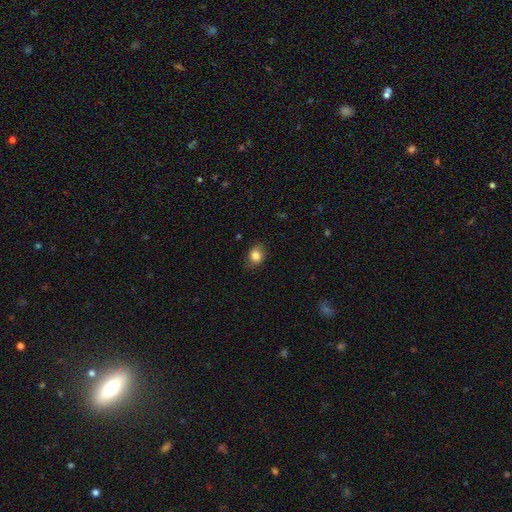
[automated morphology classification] Smooth or featured? smooth (84%)
How rounded? round (55%)
Merging? none (82%)